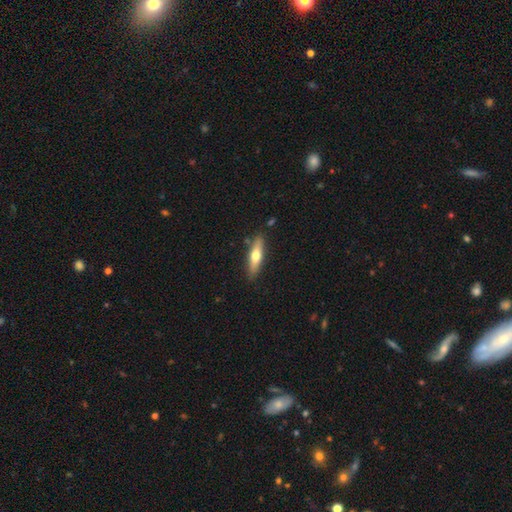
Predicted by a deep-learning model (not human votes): Q: Smooth or featured?
A: smooth (55%); runner-up: featured or disk (39%)
Q: How rounded?
A: cigar-shaped (70%); runner-up: in between (28%)
Q: Merging?
A: none (85%); runner-up: minor disturbance (10%)